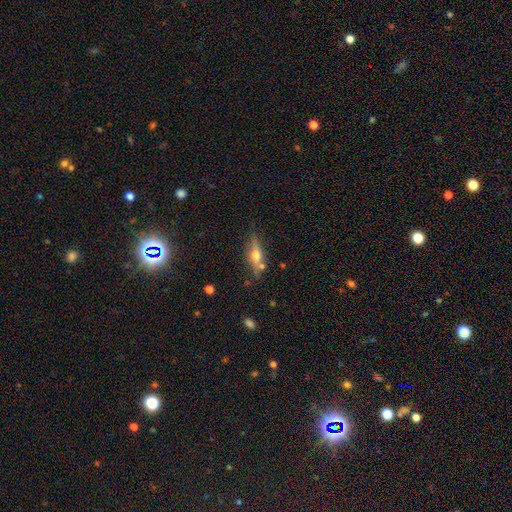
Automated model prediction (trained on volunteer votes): This appears to be a featured or disk galaxy (59%) viewed edge-on (89%) with a rounded central bulge (94%). Merging: none (72%).